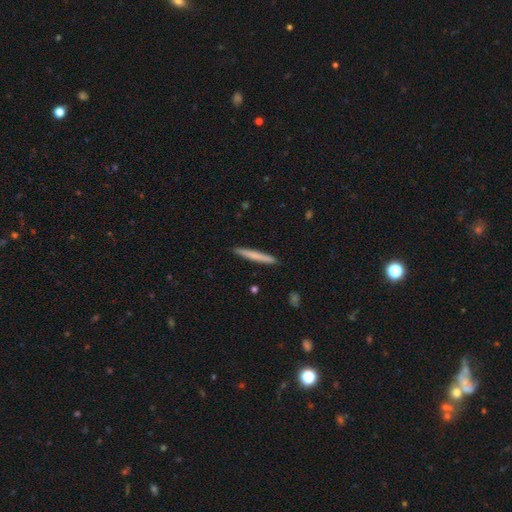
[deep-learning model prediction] Smooth or featured? smooth (70%)
How rounded? cigar-shaped (97%)
Merging? none (92%)